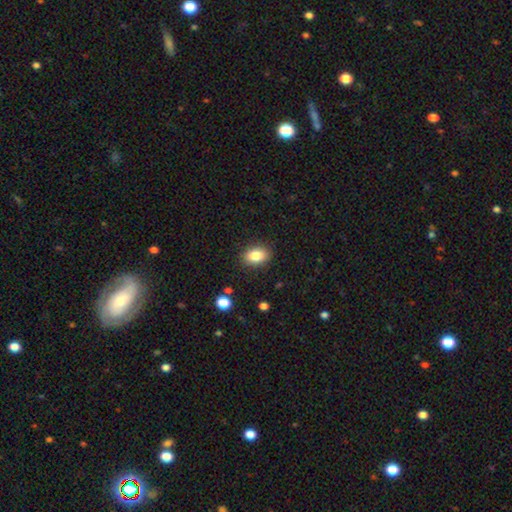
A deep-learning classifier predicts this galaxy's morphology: Q: Smooth or featured?
A: smooth (84%); runner-up: star or artifact (9%)
Q: How rounded?
A: in between (82%); runner-up: round (17%)
Q: Merging?
A: none (87%); runner-up: minor disturbance (9%)